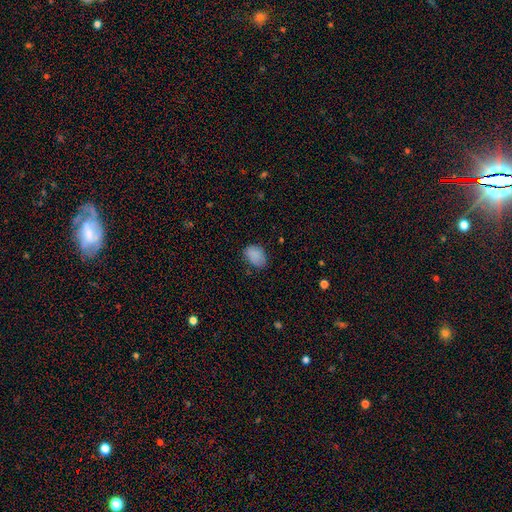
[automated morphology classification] Smooth or featured: smooth — 86% (star or artifact — 9%)
How rounded: in between — 77% (round — 22%)
Merging: none — 70% (minor disturbance — 23%)